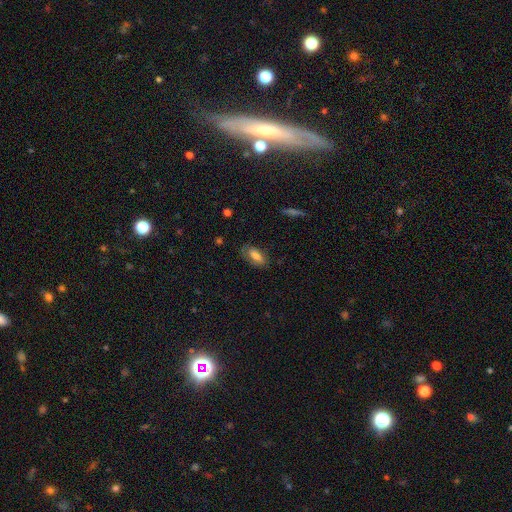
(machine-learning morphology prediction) A smooth galaxy with no disk features (65%) that is in between round and cigar-shaped (84%).

Vote fractions:
- Smooth or featured? smooth: 65% / featured or disk: 27% / star or artifact: 8%
- How rounded? in between: 84% / cigar-shaped: 12% / round: 3%
- Merging? none: 69% / minor disturbance: 22% / major disturbance: 8% / merger: 2%